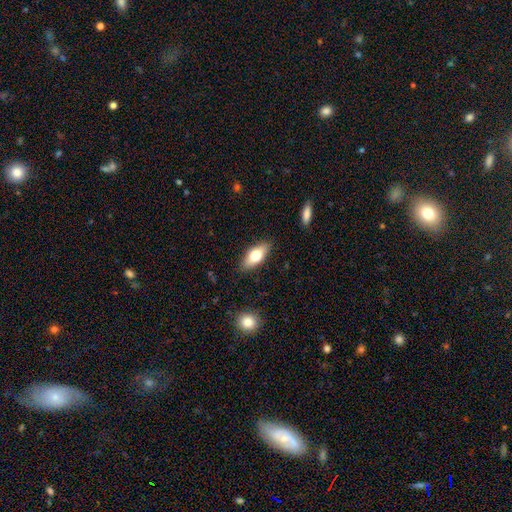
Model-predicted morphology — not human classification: Overall: smooth (69%). How rounded: in between (79%). Merging: none (87%).